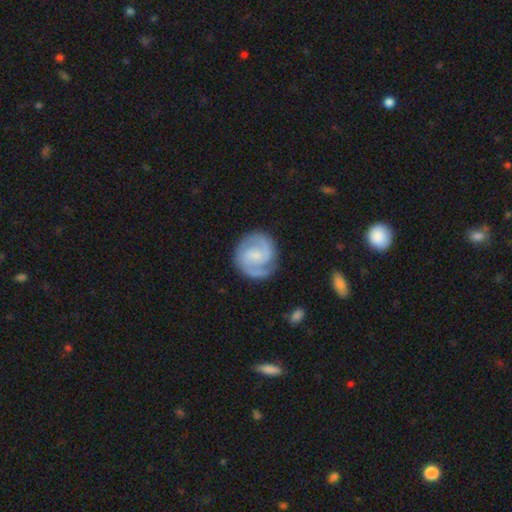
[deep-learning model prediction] smooth_or_featured: featured or disk (p=0.86) [alt: smooth p=0.09]
disk_edge_on: no (p=0.98) [alt: yes p=0.02]
bar: weak (p=0.49) [alt: no p=0.37]
has_spiral_arms: yes (p=0.97) [alt: no p=0.03]
spiral_winding: medium (p=0.49) [alt: tight p=0.42]
spiral_arm_count: 2 (p=0.89) [alt: can't tell p=0.04]
bulge_size: small (p=0.65) [alt: moderate p=0.20]
merging: none (p=0.82) [alt: minor disturbance p=0.12]